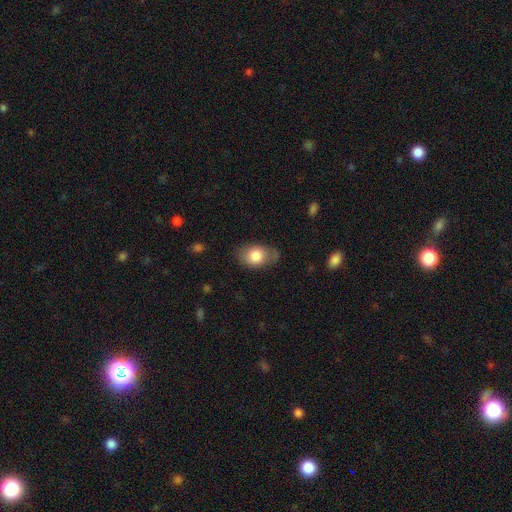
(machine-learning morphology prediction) Smooth or featured?
  - smooth: 78% *
  - featured or disk: 16%
  - star or artifact: 7%
How rounded?
  - in between: 83% *
  - round: 16%
  - cigar-shaped: 1%
Merging?
  - none: 69% *
  - minor disturbance: 22%
  - major disturbance: 7%
  - merger: 2%